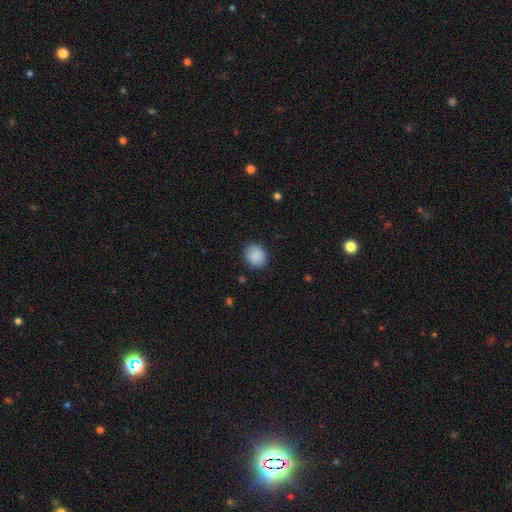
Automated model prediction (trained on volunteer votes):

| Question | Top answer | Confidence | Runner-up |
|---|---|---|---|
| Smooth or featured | smooth | 89% | star or artifact (7%) |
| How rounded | round | 77% | in between (23%) |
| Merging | none | 88% | minor disturbance (9%) |